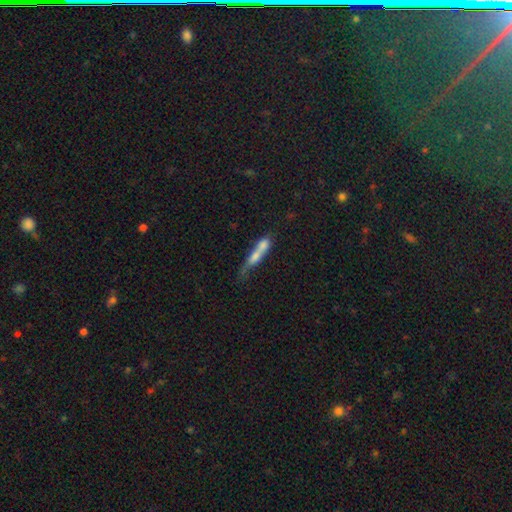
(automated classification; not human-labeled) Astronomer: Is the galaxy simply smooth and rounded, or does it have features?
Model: smooth — 58%.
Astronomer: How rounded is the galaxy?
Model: cigar-shaped — 67%.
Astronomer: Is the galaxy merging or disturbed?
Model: merger — 55%.